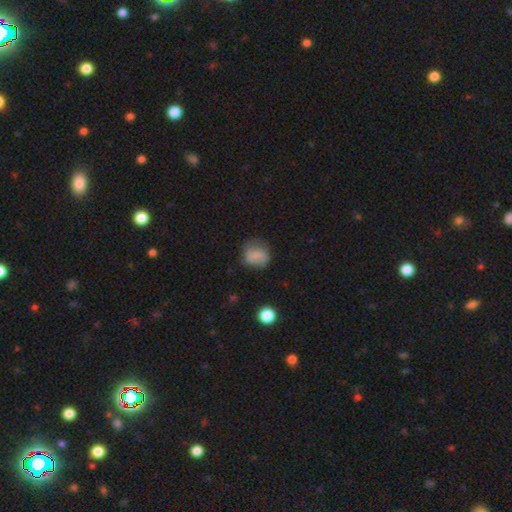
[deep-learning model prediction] Smooth or featured? smooth (72%)
How rounded? round (72%)
Merging? none (61%)